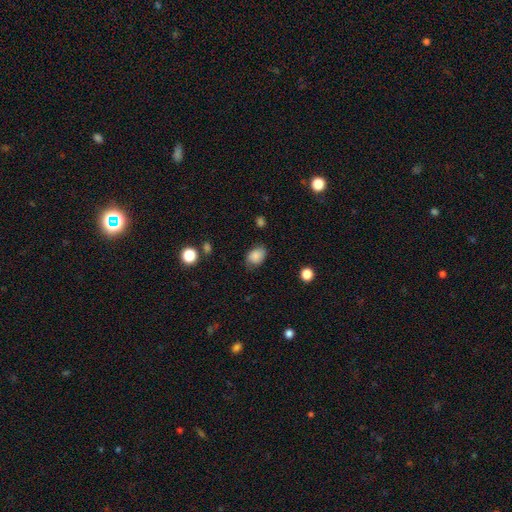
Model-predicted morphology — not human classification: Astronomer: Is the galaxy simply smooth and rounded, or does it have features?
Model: smooth — 85%.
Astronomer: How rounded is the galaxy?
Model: in between — 73%.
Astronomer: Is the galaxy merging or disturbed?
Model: none — 72%.